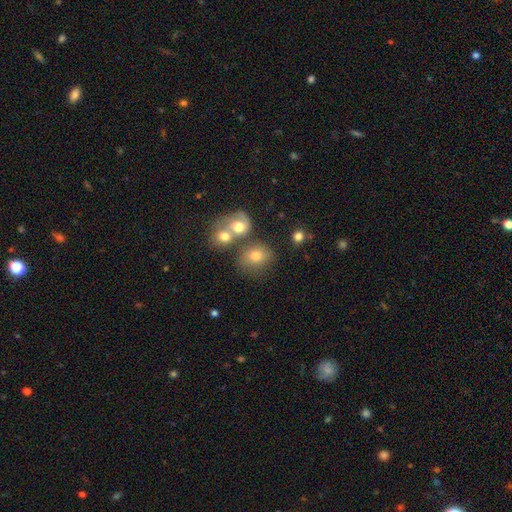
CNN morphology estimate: Smooth or featured?
  - smooth: 70% *
  - featured or disk: 16%
  - star or artifact: 13%
How rounded?
  - round: 64% *
  - in between: 35%
  - cigar-shaped: 1%
Merging?
  - none: 45% *
  - merger: 37%
  - minor disturbance: 12%
  - major disturbance: 7%